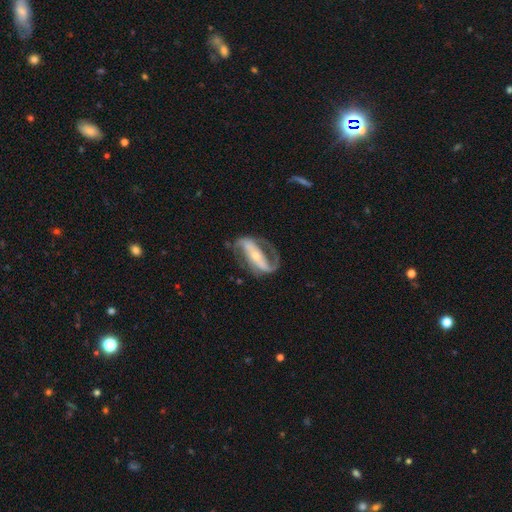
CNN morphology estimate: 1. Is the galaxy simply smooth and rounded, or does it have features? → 88% featured or disk, 8% smooth, 4% star or artifact.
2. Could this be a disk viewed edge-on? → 93% no, 7% yes.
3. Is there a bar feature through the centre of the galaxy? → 65% strong, 18% no, 17% weak.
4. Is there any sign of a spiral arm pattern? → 93% yes, 7% no.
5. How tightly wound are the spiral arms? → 43% medium, 34% loose, 23% tight.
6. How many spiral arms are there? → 83% 2, 10% 1, 4% can't tell, 1% 3, 1% 4, 1% more than 4.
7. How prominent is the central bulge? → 59% small, 36% moderate, 2% large, 1% none, 1% dominant.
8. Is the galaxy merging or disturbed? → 65% none, 17% minor disturbance, 16% major disturbance, 2% merger.